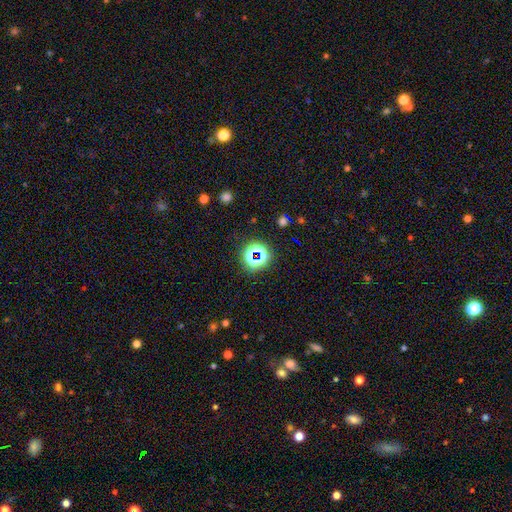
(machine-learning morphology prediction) Smooth or featured? Predicted: star or artifact (p=0.63).